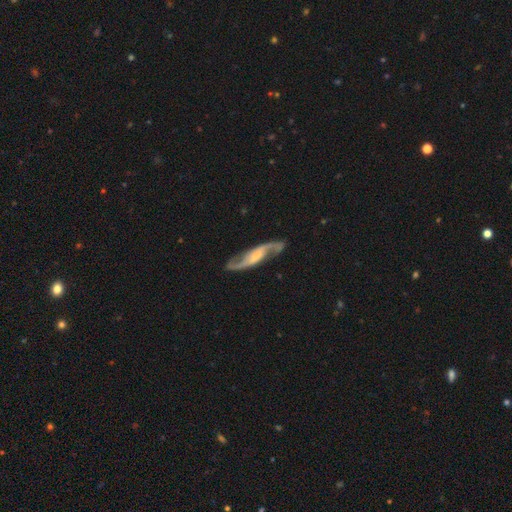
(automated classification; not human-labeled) featured or disk 90%, smooth 6%, star or artifact 4%. Down the decision tree: edge-on disk — no (90%); bar — weak (43%); spiral arms — yes (97%); spiral arm count — 2 (94%); spiral winding — loose (60%); bulge size — none (31%); merging — none (82%).